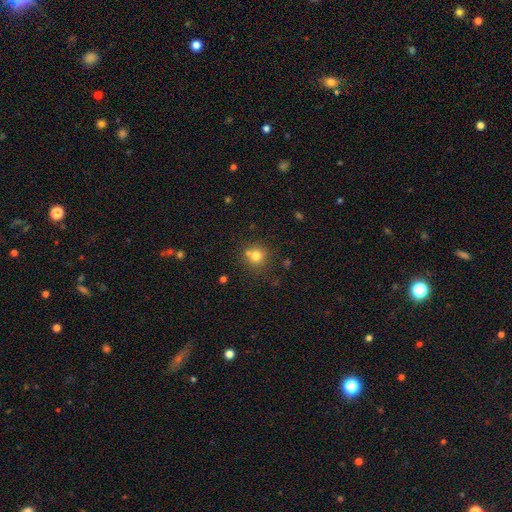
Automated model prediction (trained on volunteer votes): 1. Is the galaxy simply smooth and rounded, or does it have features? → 75% smooth, 15% star or artifact, 10% featured or disk.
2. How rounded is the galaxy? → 90% round, 9% in between, 1% cigar-shaped.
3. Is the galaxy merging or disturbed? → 67% none, 20% merger, 10% minor disturbance, 3% major disturbance.